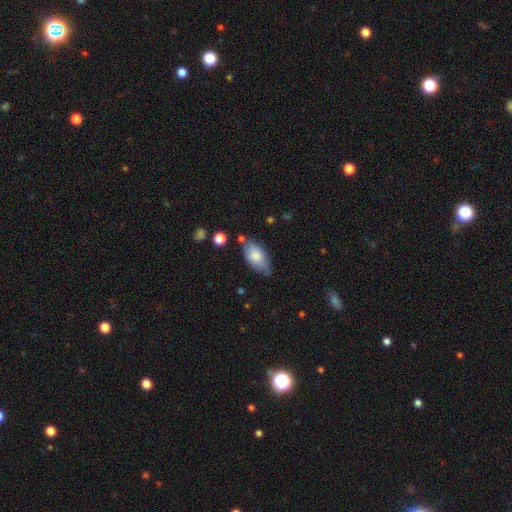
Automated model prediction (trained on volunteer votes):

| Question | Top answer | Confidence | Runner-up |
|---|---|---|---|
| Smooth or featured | smooth | 80% | featured or disk (14%) |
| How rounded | in between | 91% | cigar-shaped (6%) |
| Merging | none | 69% | minor disturbance (22%) |